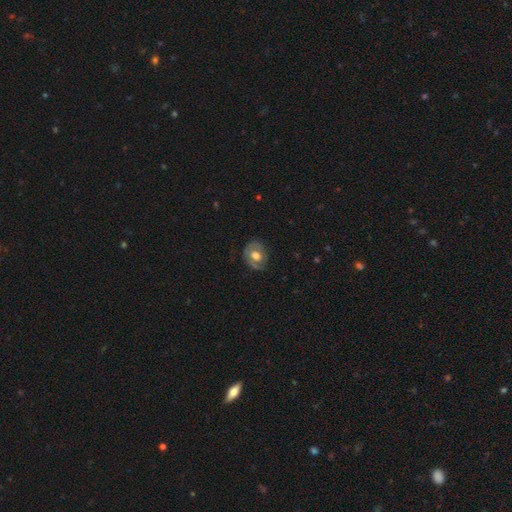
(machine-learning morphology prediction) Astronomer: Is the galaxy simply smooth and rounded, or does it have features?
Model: smooth — 47% (runner-up: featured or disk, 46%).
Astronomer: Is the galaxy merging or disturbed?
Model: none — 68%.